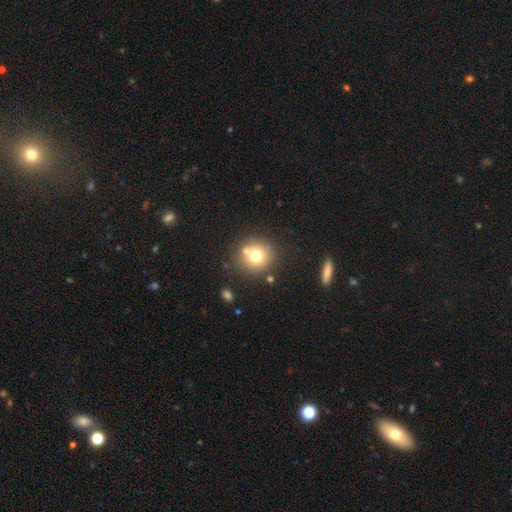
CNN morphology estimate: This appears to be a smooth galaxy with no disk features (69%) that is round (91%). Merging: none (68%).